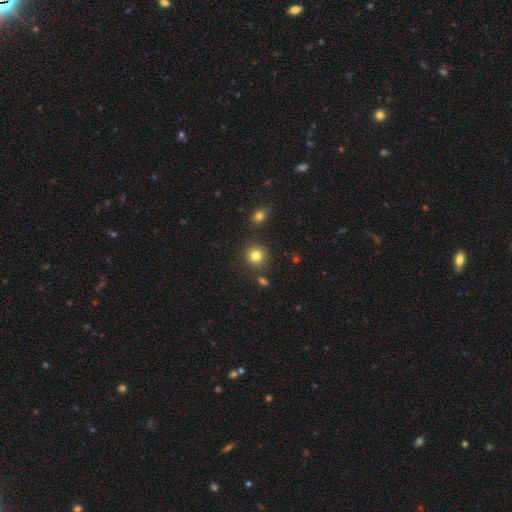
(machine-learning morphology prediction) This is clearly a smooth galaxy (82%). How rounded: clearly round (91%). Merging: clearly none (85%).